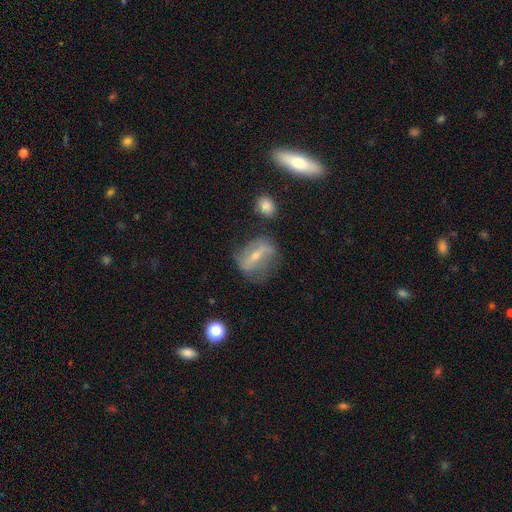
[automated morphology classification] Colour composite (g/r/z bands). It shows a featured or disk galaxy (68%) with a strong bar (59%), spiral arms (63%) and a small central bulge (58%). Merging: none (60%).